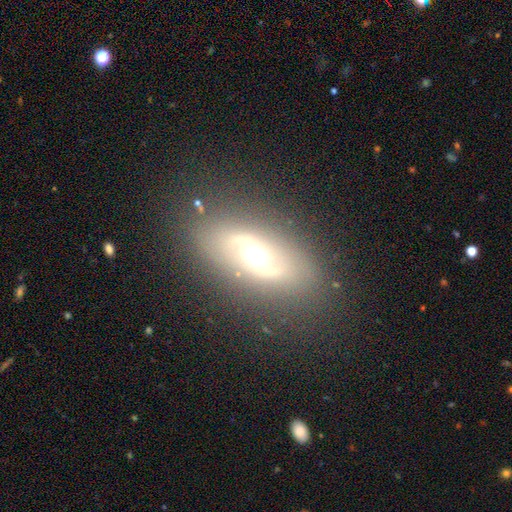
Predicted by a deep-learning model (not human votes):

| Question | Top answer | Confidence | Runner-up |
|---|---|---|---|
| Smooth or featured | featured or disk | 73% | smooth (19%) |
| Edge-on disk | no | 86% | yes (14%) |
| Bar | no | 48% | weak (33%) |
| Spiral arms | yes | 69% | no (31%) |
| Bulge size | moderate | 57% | large (31%) |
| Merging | none | 80% | minor disturbance (12%) |